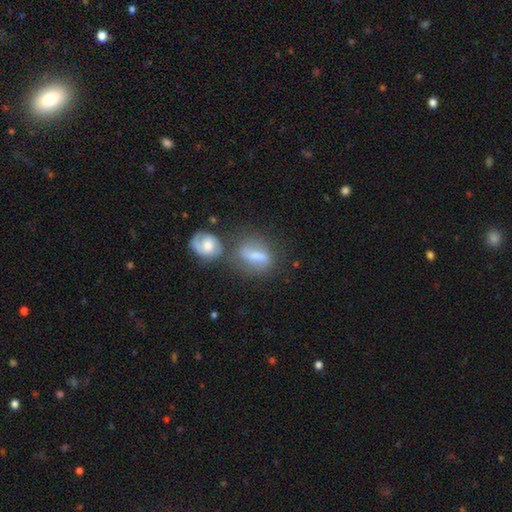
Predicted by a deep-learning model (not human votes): A smooth galaxy with no disk features (57%) that is in between round and cigar-shaped (65%).

Vote fractions:
- Smooth or featured? smooth: 57% / featured or disk: 33% / star or artifact: 10%
- How rounded? in between: 65% / round: 23% / cigar-shaped: 12%
- Merging? none: 41% / merger: 30% / minor disturbance: 18% / major disturbance: 11%